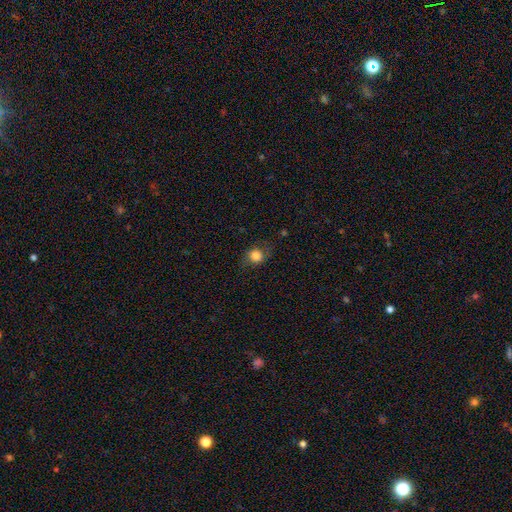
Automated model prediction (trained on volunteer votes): Overall: smooth (75%). How rounded: round (76%). Merging: none (71%).